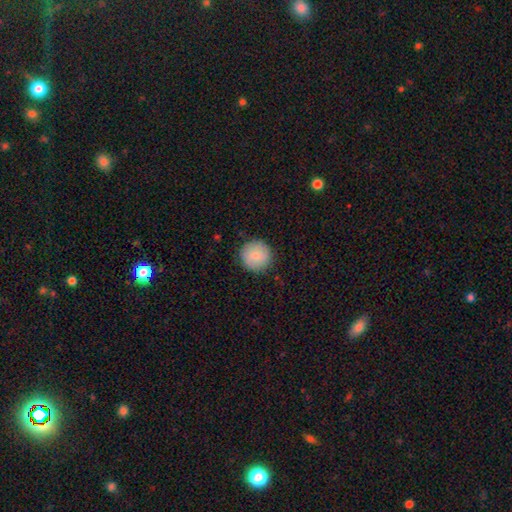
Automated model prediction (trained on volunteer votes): A smooth galaxy with no disk features (82%) that is round (96%). Merging: none (89%).